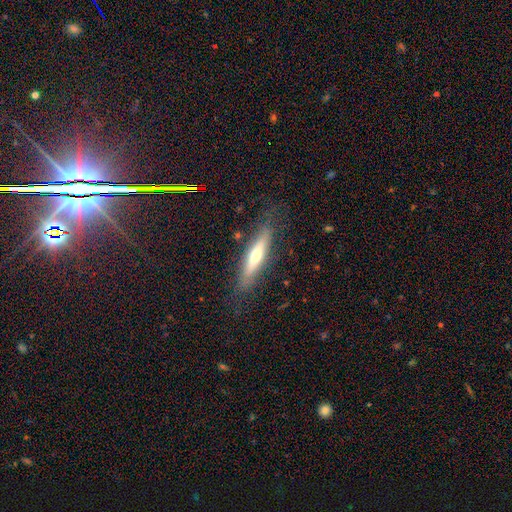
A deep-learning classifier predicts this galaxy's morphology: Smooth or featured? Predicted: featured or disk (p=0.48). Merging? Predicted: none (p=0.80).